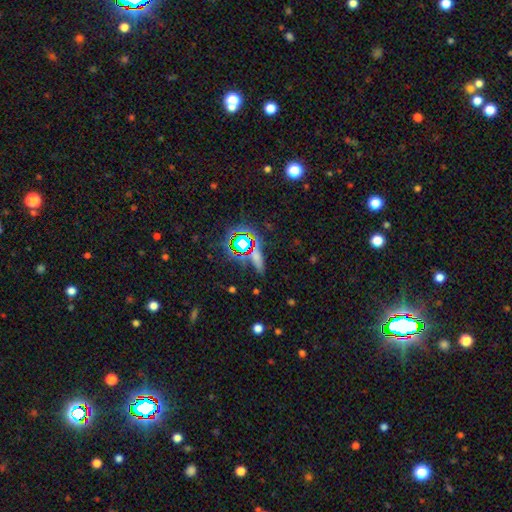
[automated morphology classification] This appears to be a star or artifact, not a galaxy (45%).